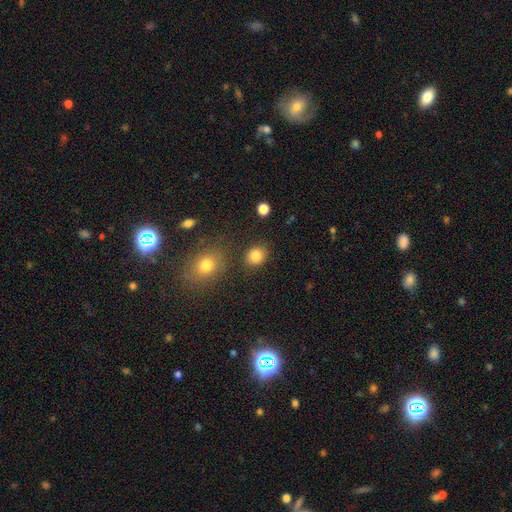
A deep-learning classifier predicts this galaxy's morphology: smooth 84%, star or artifact 10%, featured or disk 6%. Down the decision tree: how rounded — round (66%); merging — none (82%).